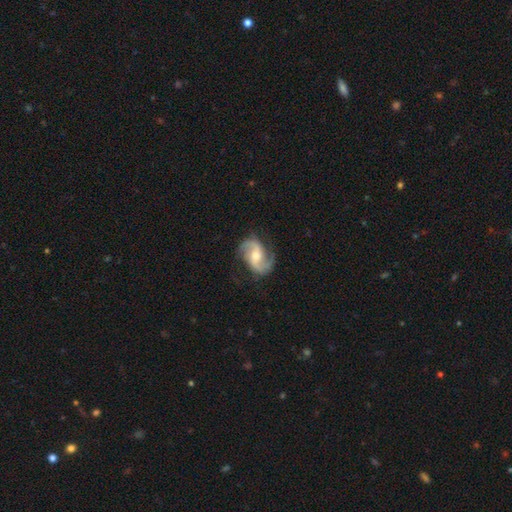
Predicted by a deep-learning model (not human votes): A featured or disk galaxy (90%) with a weak bar (44%), 2 (92%) medium (52%) spiral arms (98%) and a moderate central bulge (62%). Merging: none (78%).